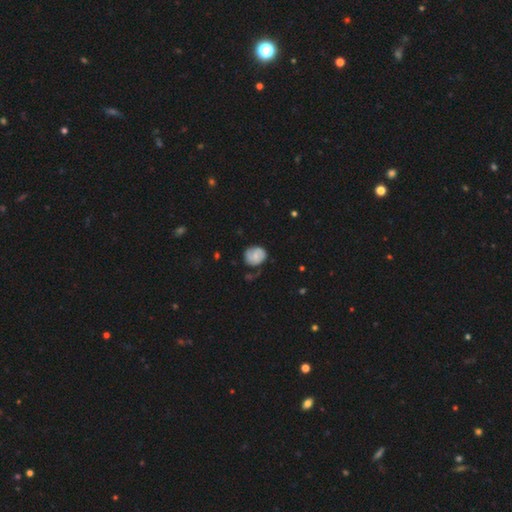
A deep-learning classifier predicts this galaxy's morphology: smooth-or-featured: smooth: 51% | featured or disk: 41% | star or artifact: 7%
  how-rounded: round: 65% | in between: 34% | cigar-shaped: 1%
  merging: none: 62% | minor disturbance: 28% | major disturbance: 7% | merger: 3%